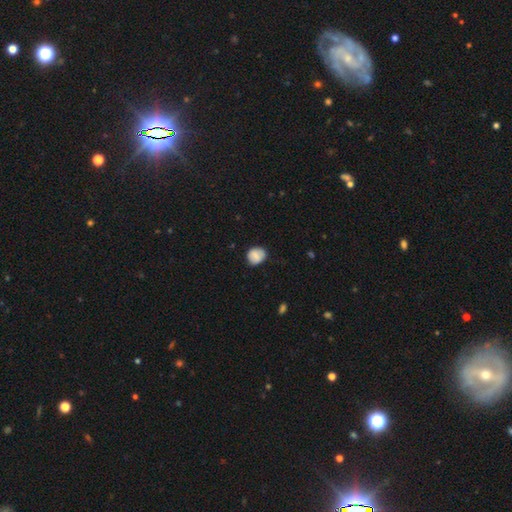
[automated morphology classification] smooth_or_featured: smooth (p=0.80) [alt: featured or disk p=0.12]
how_rounded: round (p=0.73) [alt: in between p=0.26]
merging: none (p=0.75) [alt: minor disturbance p=0.20]